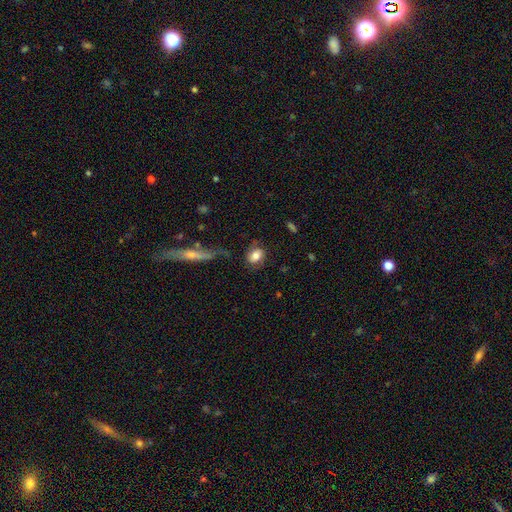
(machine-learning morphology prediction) type=smooth (70%); roundness=in between (61%); merging=none (67%).